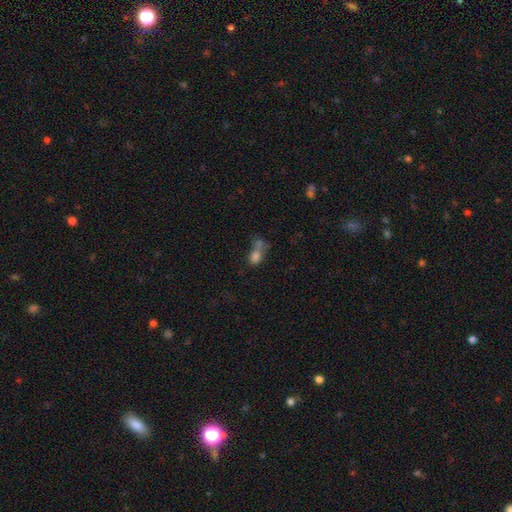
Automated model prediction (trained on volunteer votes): A smooth galaxy with no disk features (75%) that is in between round and cigar-shaped (56%).

Vote fractions:
- Smooth or featured? smooth: 75% / star or artifact: 13% / featured or disk: 12%
- How rounded? in between: 56% / round: 42% / cigar-shaped: 2%
- Merging? merger: 53% / none: 29% / minor disturbance: 11% / major disturbance: 8%